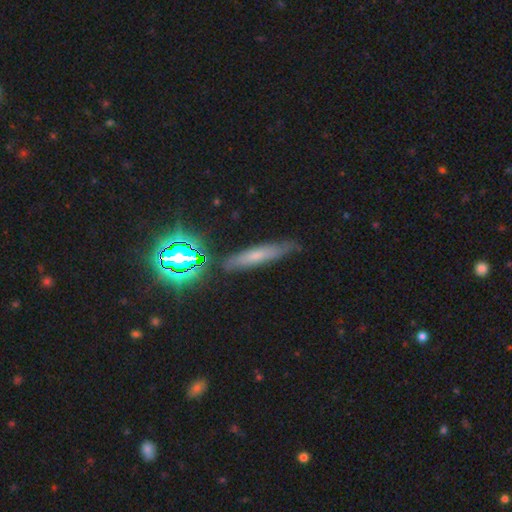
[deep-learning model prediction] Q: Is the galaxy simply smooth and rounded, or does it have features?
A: smooth — 44%.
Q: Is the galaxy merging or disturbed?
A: none — 82%.